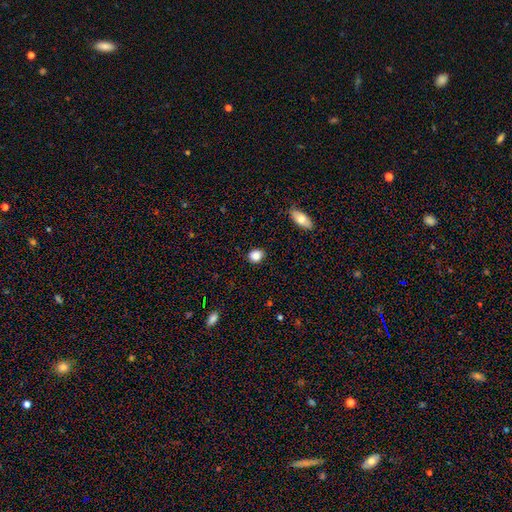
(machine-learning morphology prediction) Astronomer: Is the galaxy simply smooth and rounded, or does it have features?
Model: smooth — 87%.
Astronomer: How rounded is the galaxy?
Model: round — 65%.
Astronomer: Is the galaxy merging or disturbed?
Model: none — 88%.